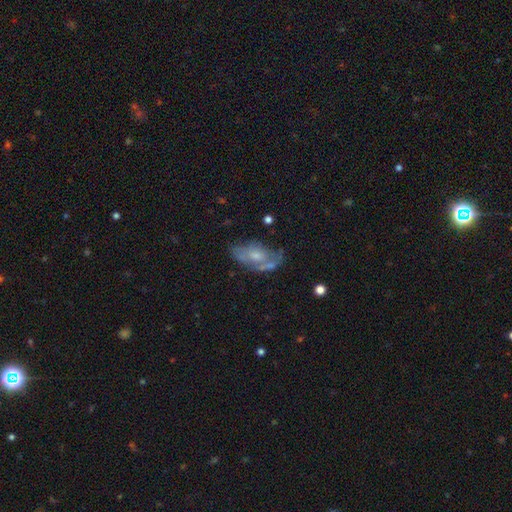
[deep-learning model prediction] Q: Smooth or featured?
A: featured or disk (53%); runner-up: smooth (39%)
Q: Edge-on disk?
A: no (90%); runner-up: yes (10%)
Q: Merging?
A: none (41%); runner-up: minor disturbance (27%)